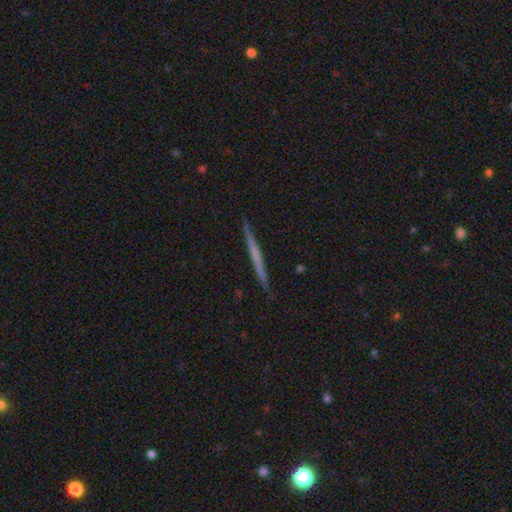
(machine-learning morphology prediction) Overall: featured or disk (57%; smooth 37%). Edge-on disk: yes (98%). Edge-on bulge: none (86%). Merging: none (91%).